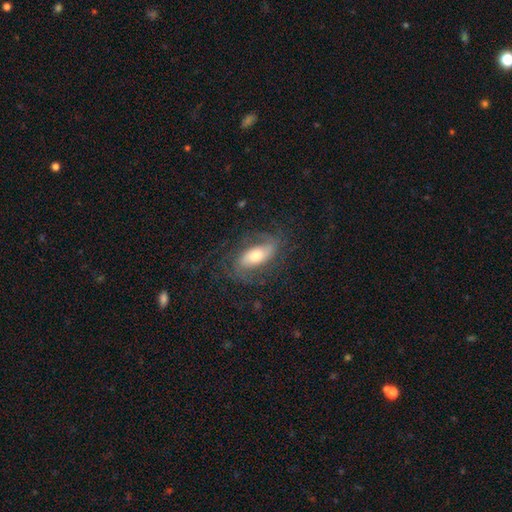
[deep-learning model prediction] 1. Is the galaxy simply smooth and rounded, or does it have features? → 63% featured or disk, 30% smooth, 7% star or artifact.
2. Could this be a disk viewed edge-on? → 89% no, 11% yes.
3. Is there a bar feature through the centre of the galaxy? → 42% no, 34% weak, 24% strong.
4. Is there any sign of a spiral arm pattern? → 88% yes, 12% no.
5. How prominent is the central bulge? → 47% moderate, 30% large, 16% small, 4% dominant, 3% none.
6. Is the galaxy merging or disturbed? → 68% none, 17% minor disturbance, 14% major disturbance, 1% merger.